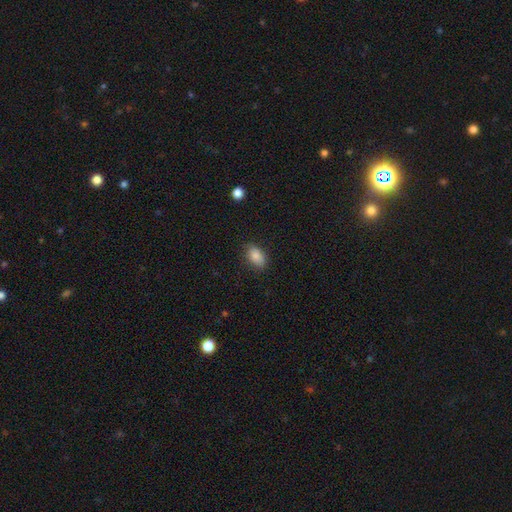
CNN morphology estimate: A smooth galaxy with no disk features (86%) that is in between round and cigar-shaped (90%).

Vote fractions:
- Smooth or featured? smooth: 86% / star or artifact: 8% / featured or disk: 6%
- How rounded? in between: 90% / round: 8% / cigar-shaped: 2%
- Merging? none: 80% / minor disturbance: 16% / major disturbance: 3% / merger: 1%